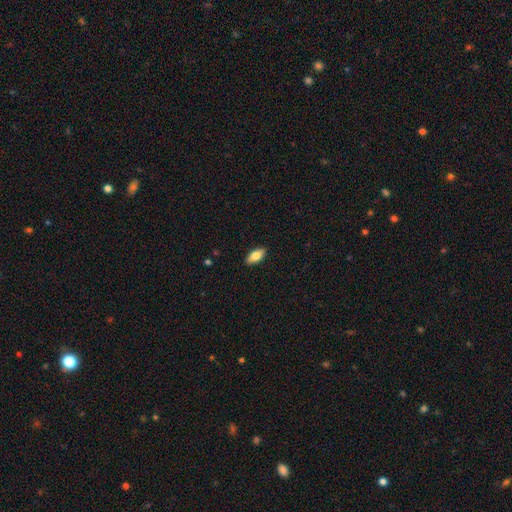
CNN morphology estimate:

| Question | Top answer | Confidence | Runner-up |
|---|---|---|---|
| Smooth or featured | smooth | 76% | featured or disk (18%) |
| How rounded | in between | 87% | cigar-shaped (10%) |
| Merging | none | 90% | minor disturbance (8%) |